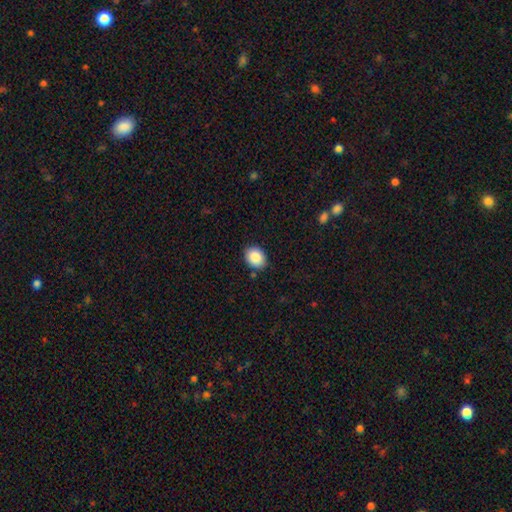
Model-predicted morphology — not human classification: Q: Smooth or featured?
A: smooth (88%); runner-up: star or artifact (8%)
Q: How rounded?
A: in between (50%); runner-up: round (49%)
Q: Merging?
A: none (85%); runner-up: minor disturbance (11%)